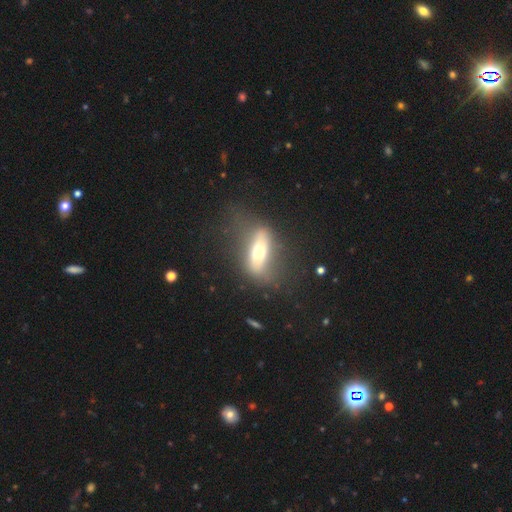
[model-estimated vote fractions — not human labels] The model was most divided on "smooth or featured": smooth: 48%, featured or disk: 45%, star or artifact: 8%. More confident: merging — none (51%).